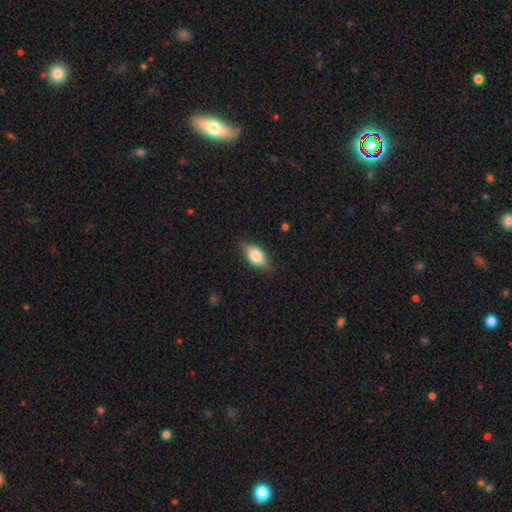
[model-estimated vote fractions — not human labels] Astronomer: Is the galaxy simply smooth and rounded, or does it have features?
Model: smooth — 81%.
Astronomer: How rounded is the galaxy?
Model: in between — 88%.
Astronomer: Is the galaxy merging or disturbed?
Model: none — 78%.